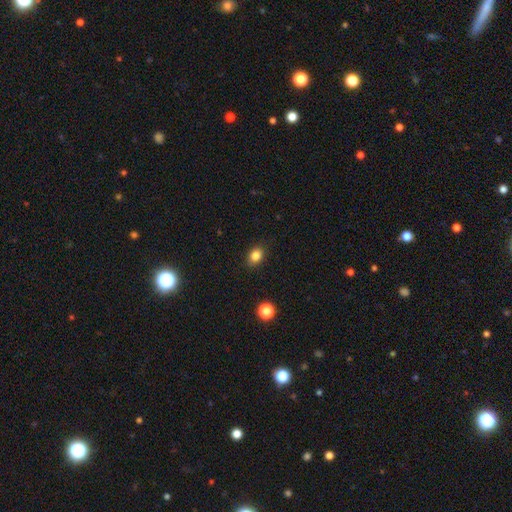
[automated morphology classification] This is clearly a smooth galaxy (84%). How rounded: possibly in between (60%). Merging: clearly none (87%).